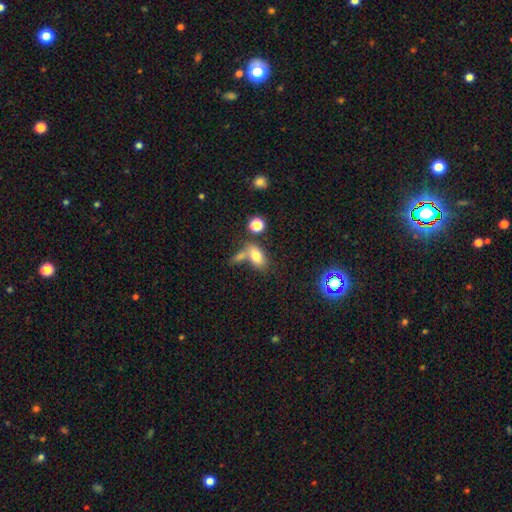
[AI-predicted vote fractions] This is likely a smooth galaxy (75%). How rounded: clearly in between (87%). Merging: marginally none (44%).